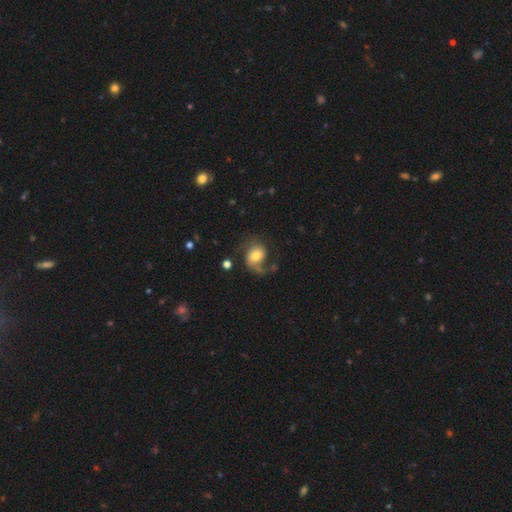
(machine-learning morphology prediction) This is possibly a smooth galaxy (52%). How rounded: possibly round (52%). Merging: marginally none (44%).